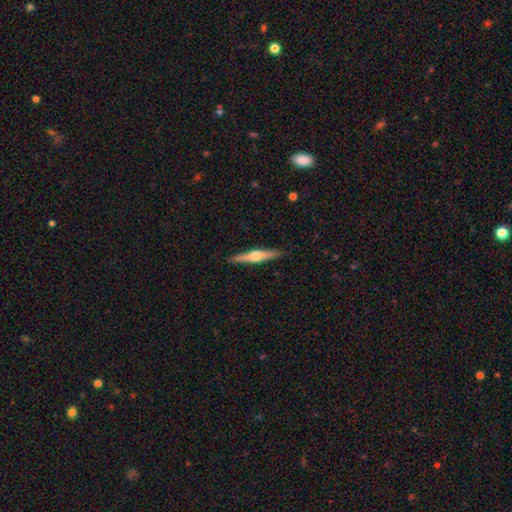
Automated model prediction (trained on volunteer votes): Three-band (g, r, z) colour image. It shows a featured or disk galaxy (61%) viewed edge-on (97%) with a rounded central bulge (90%). Merging: none (90%).